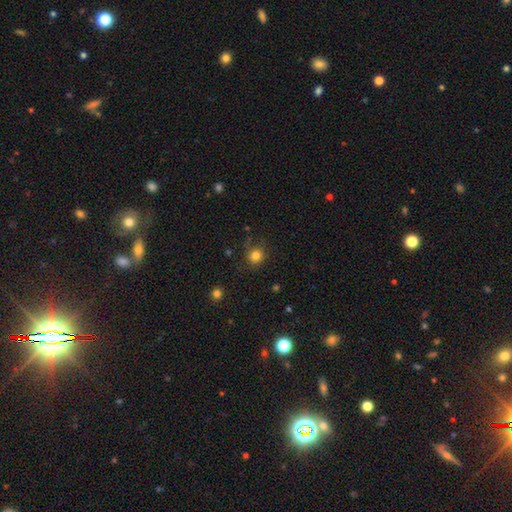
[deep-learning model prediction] This appears to be a smooth galaxy with no disk features (81%) that is round (88%). Merging: none (79%).